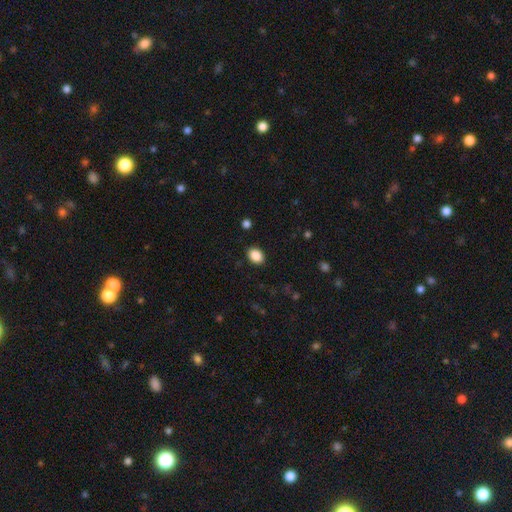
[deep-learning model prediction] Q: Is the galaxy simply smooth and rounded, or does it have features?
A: smooth — 88%.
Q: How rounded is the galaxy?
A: in between — 72%.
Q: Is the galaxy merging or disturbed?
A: none — 89%.